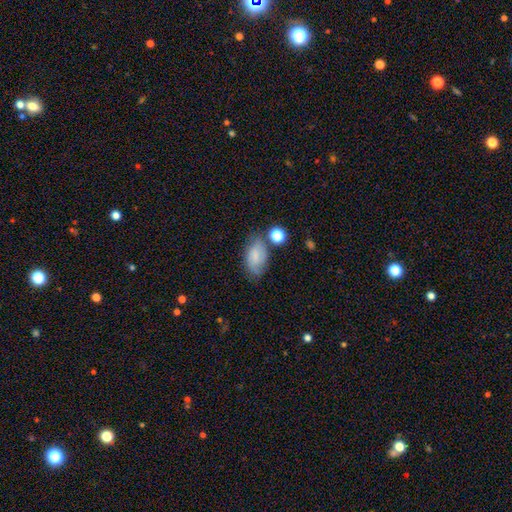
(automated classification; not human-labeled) smooth_or_featured: smooth (p=0.65) [alt: featured or disk p=0.25]
how_rounded: in between (p=0.88) [alt: round p=0.10]
merging: none (p=0.55) [alt: minor disturbance p=0.26]